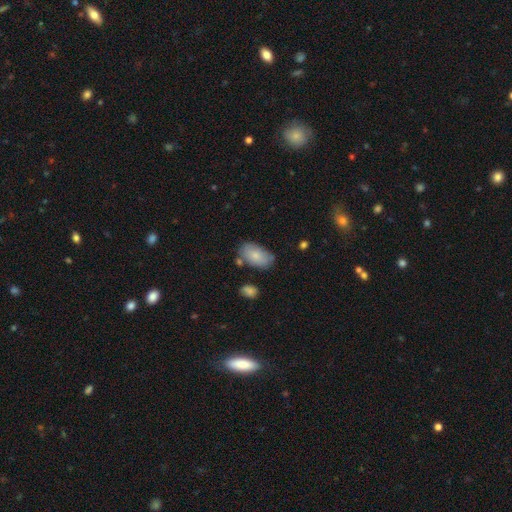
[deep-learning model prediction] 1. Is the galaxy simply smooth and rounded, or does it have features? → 80% smooth, 14% featured or disk, 6% star or artifact.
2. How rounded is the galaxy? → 94% in between, 5% round, 2% cigar-shaped.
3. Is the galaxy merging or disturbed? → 71% none, 19% minor disturbance, 6% merger, 4% major disturbance.